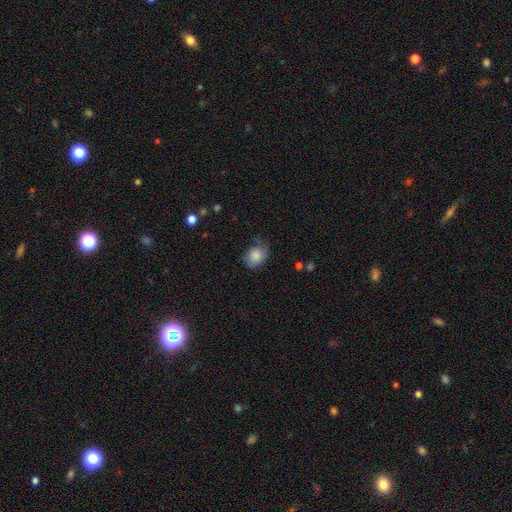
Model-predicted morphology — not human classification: smooth-or-featured: smooth: 82% | featured or disk: 11% | star or artifact: 8%
  how-rounded: in between: 53% | round: 46% | cigar-shaped: 1%
  merging: none: 56% | minor disturbance: 31% | major disturbance: 11% | merger: 2%